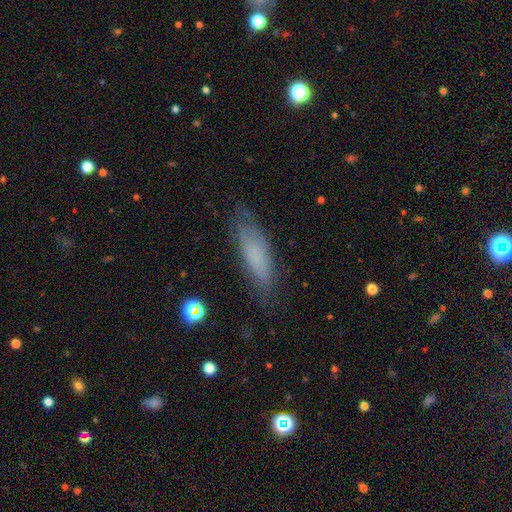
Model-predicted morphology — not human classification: A smooth galaxy with no disk features (71%) that is in between round and cigar-shaped (49%, tied with cigar-shaped).

Vote fractions:
- Smooth or featured? smooth: 71% / featured or disk: 19% / star or artifact: 10%
- How rounded? in between: 49% (tied) / cigar-shaped: 49% (tied) / round: 2%
- Merging? none: 74% / minor disturbance: 19% / major disturbance: 6% / merger: 2%